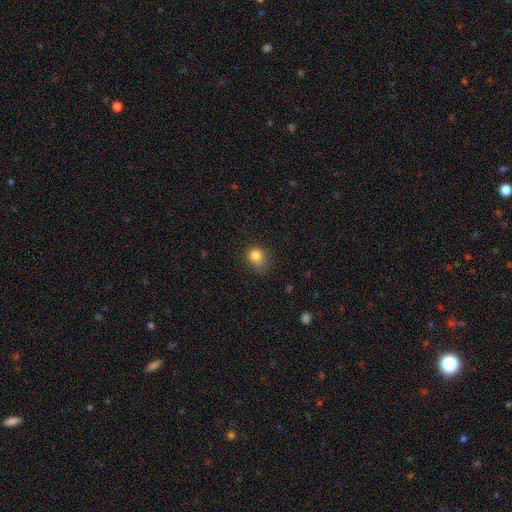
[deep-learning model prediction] A smooth galaxy with no disk features (81%) that is round (58%). Merging: none (54%).